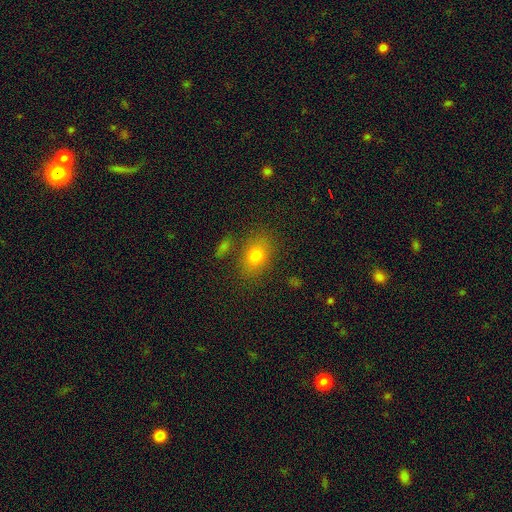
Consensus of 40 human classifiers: Smooth or featured?
  - smooth: 88% *
  - featured or disk: 8%
  - star or artifact: 5%
How rounded?
  - in between: 80% *
  - round: 17%
  - cigar-shaped: 3%
Merging?
  - none: 53% *
  - minor disturbance: 21%
  - major disturbance: 21%
  - merger: 5%